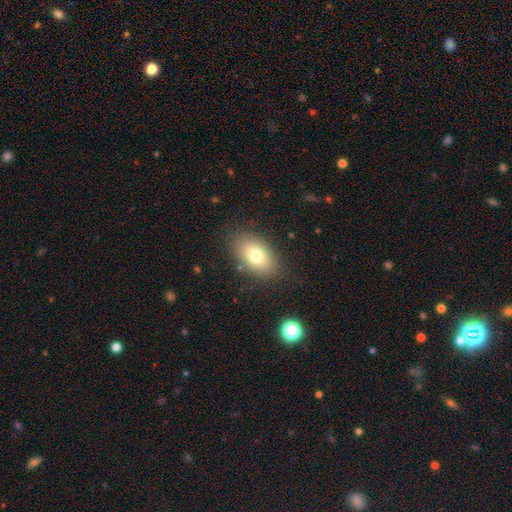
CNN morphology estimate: The model was most divided on "smooth or featured": smooth: 75%, featured or disk: 16%, star or artifact: 9%. More confident: how rounded — in between (89%); merging — none (83%).